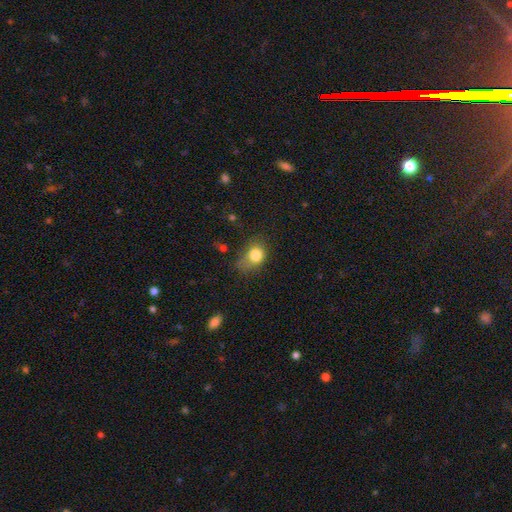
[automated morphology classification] Q: Smooth or featured?
A: smooth (80%); runner-up: star or artifact (10%)
Q: How rounded?
A: in between (55%); runner-up: round (44%)
Q: Merging?
A: none (39%); runner-up: minor disturbance (36%)